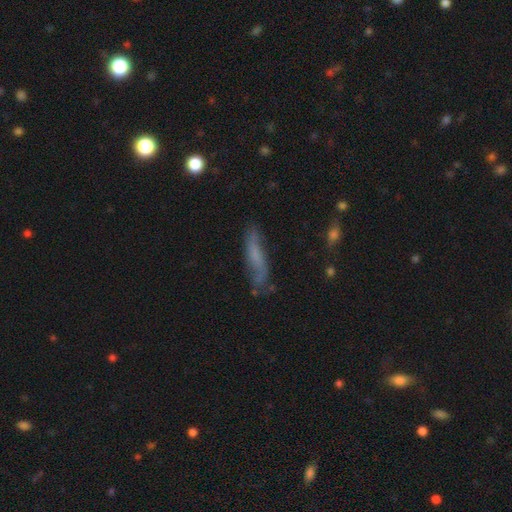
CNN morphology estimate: Smooth or featured? smooth (47%)
Merging? none (63%)